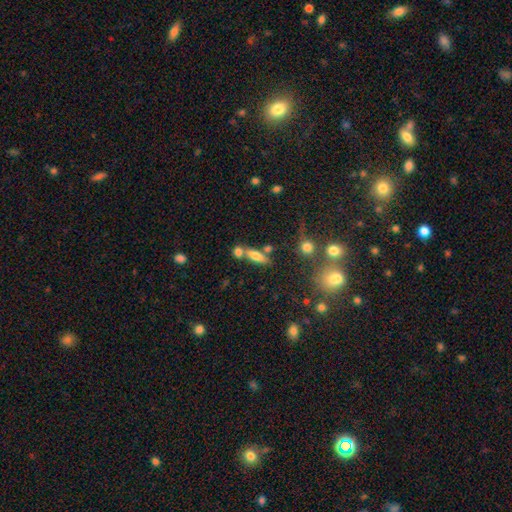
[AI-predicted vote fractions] Smooth or featured? Predicted: smooth (p=0.69). How rounded? Predicted: in between (p=0.50). Merging? Predicted: none (p=0.50).